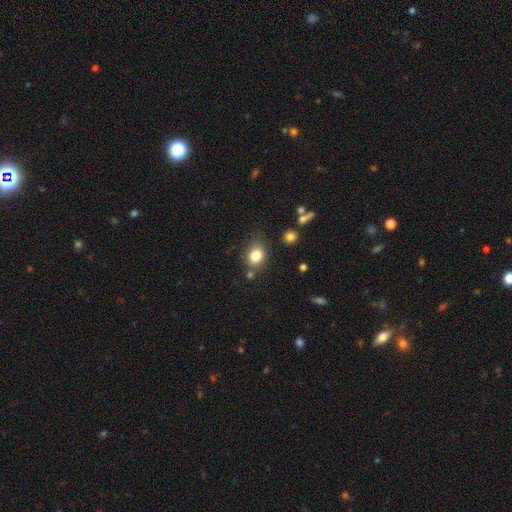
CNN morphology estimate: Smooth or featured? Predicted: smooth (p=0.81). How rounded? Predicted: in between (p=0.50). Merging? Predicted: none (p=0.71).